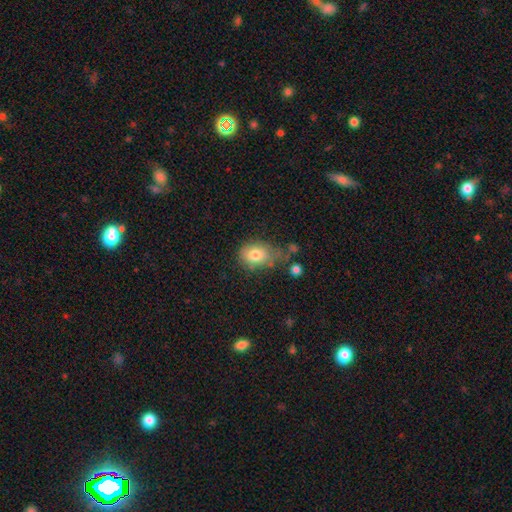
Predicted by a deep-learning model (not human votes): Q: Smooth or featured?
A: smooth (77%); runner-up: featured or disk (12%)
Q: How rounded?
A: in between (63%); runner-up: round (36%)
Q: Merging?
A: none (51%); runner-up: minor disturbance (30%)